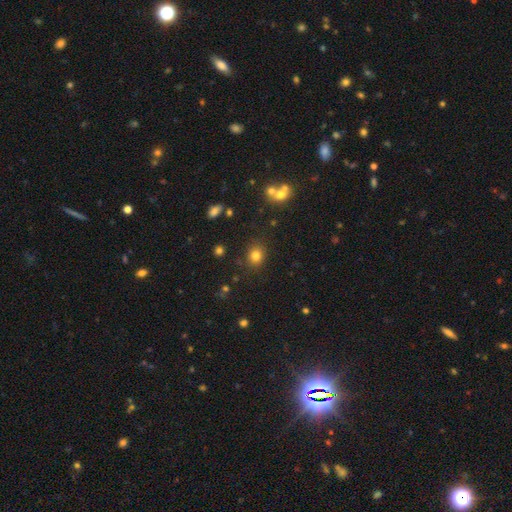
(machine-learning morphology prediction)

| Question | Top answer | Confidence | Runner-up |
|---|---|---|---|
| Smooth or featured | smooth | 80% | star or artifact (14%) |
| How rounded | round | 72% | in between (27%) |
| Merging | none | 84% | minor disturbance (10%) |